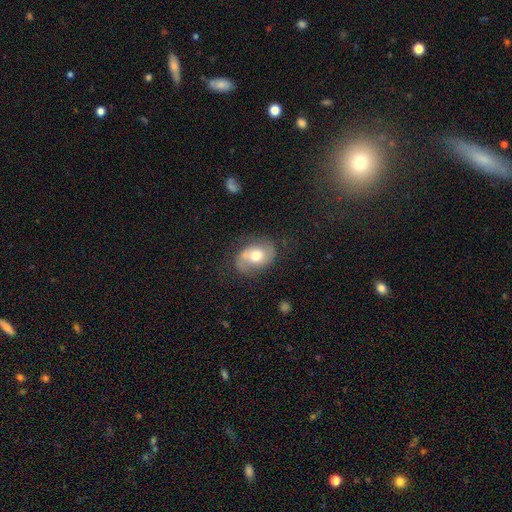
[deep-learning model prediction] This appears to be a featured or disk galaxy (50%). Merging: none (61%).